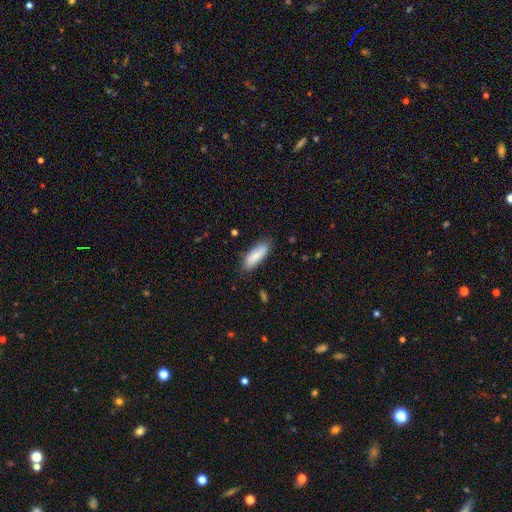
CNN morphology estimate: smooth_or_featured: smooth (p=0.84) [alt: featured or disk p=0.10]
how_rounded: in between (p=0.60) [alt: cigar-shaped p=0.39]
merging: none (p=0.82) [alt: minor disturbance p=0.14]